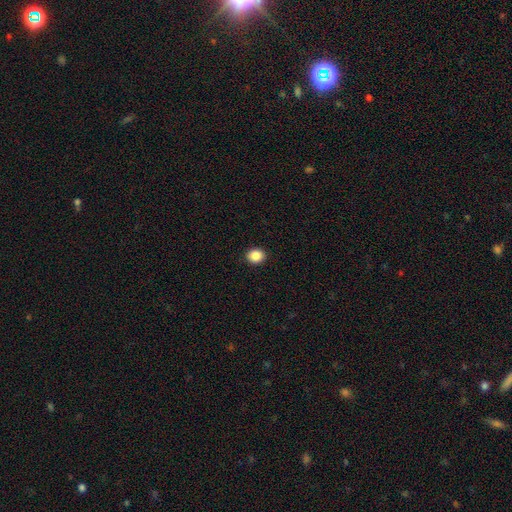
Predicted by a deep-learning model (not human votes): Smooth or featured?
  - smooth: 88% *
  - star or artifact: 9%
  - featured or disk: 3%
How rounded?
  - round: 73% *
  - in between: 26%
  - cigar-shaped: 1%
Merging?
  - none: 92% *
  - minor disturbance: 5%
  - major disturbance: 2%
  - merger: 1%